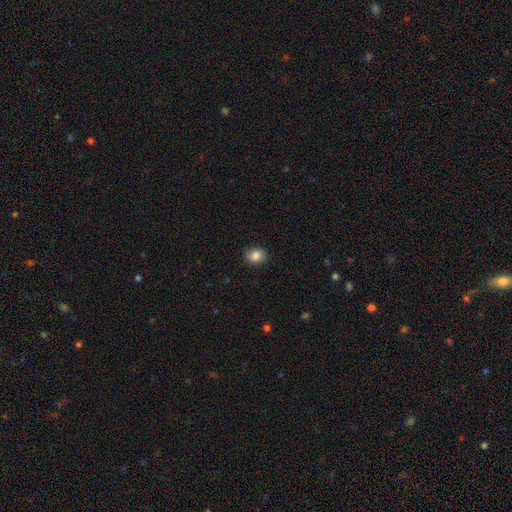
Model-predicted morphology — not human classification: A smooth galaxy with no disk features (86%) that is round (62%). Merging: none (89%).